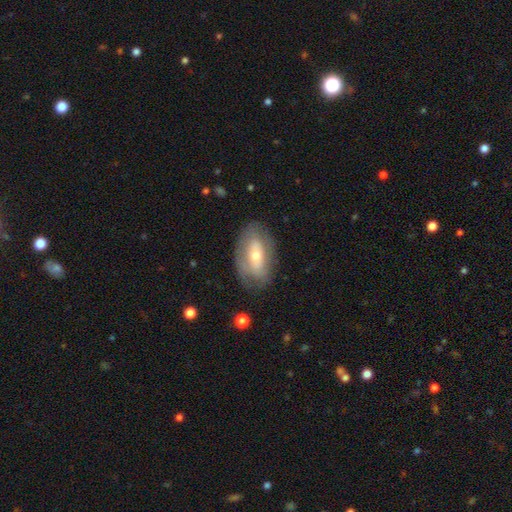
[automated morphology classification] smooth_or_featured: featured or disk (p=0.52) [alt: smooth p=0.41]
disk_edge_on: no (p=0.86) [alt: yes p=0.14]
merging: none (p=0.74) [alt: minor disturbance p=0.17]